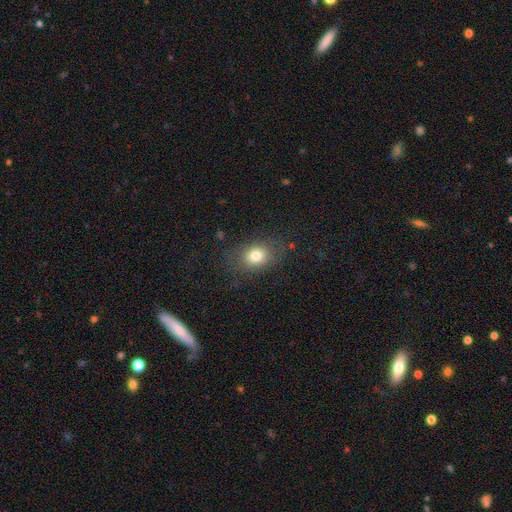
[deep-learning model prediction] A smooth galaxy with no disk features (78%) that is in between round and cigar-shaped (62%).

Vote fractions:
- Smooth or featured? smooth: 78% / star or artifact: 11% / featured or disk: 11%
- How rounded? in between: 62% / round: 37% / cigar-shaped: 1%
- Merging? none: 76% / minor disturbance: 16% / major disturbance: 7% / merger: 1%